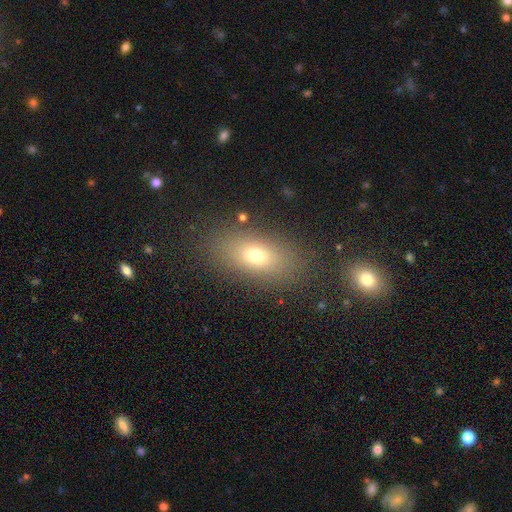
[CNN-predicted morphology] Smooth or featured?
  - smooth: 69% *
  - featured or disk: 17%
  - star or artifact: 14%
How rounded?
  - in between: 82% *
  - round: 10%
  - cigar-shaped: 8%
Merging?
  - none: 83% *
  - minor disturbance: 9%
  - major disturbance: 4%
  - merger: 4%